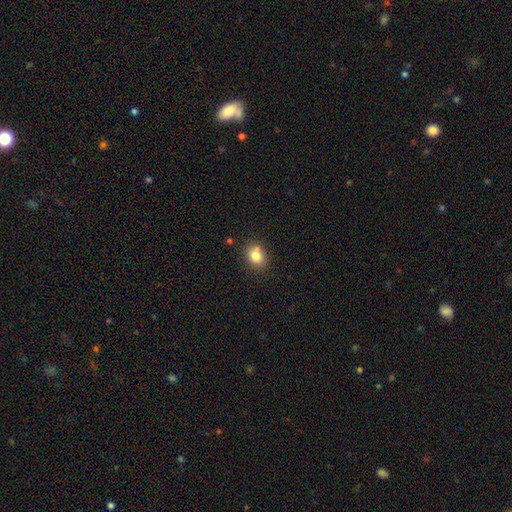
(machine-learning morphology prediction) A smooth galaxy with no disk features (79%) that is in between round and cigar-shaped (52%). Merging: none (69%).